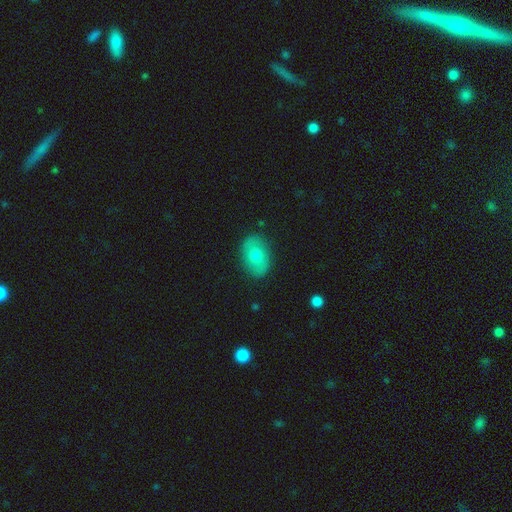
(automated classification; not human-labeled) Smooth or featured?
  - smooth: 68% *
  - featured or disk: 25%
  - star or artifact: 7%
How rounded?
  - in between: 82% *
  - round: 17%
  - cigar-shaped: 1%
Merging?
  - none: 85% *
  - minor disturbance: 11%
  - major disturbance: 3%
  - merger: 1%